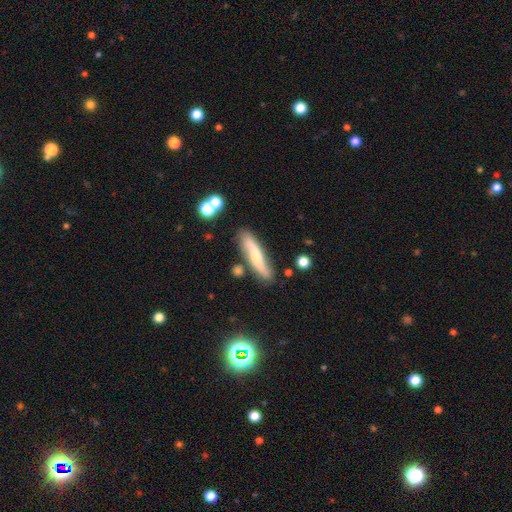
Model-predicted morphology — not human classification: Smooth or featured: smooth — 50% (featured or disk — 43%)
Merging: none — 75% (minor disturbance — 16%)